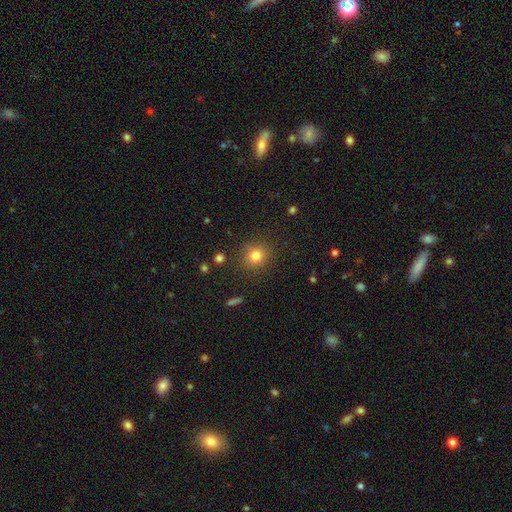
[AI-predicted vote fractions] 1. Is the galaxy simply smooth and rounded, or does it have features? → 79% smooth, 14% star or artifact, 7% featured or disk.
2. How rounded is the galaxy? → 87% round, 12% in between, 1% cigar-shaped.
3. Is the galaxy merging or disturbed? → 86% none, 9% minor disturbance, 3% major disturbance, 2% merger.